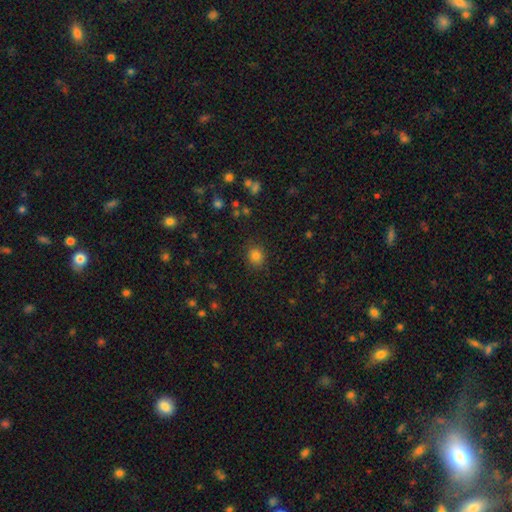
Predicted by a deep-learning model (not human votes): smooth-or-featured: smooth: 82% | star or artifact: 13% | featured or disk: 5%
  how-rounded: round: 80% | in between: 19% | cigar-shaped: 1%
  merging: none: 87% | minor disturbance: 8% | major disturbance: 3% | merger: 1%